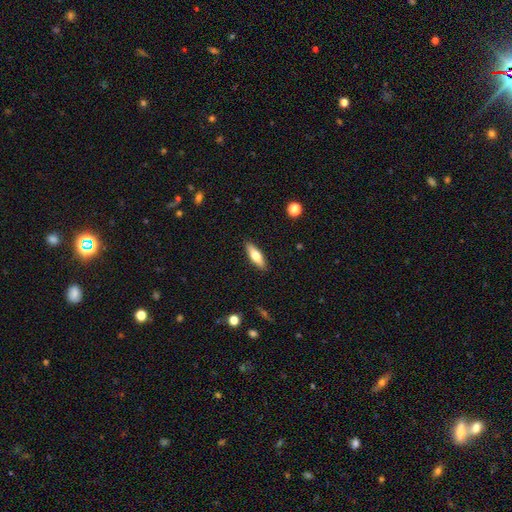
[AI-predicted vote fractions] Smooth or featured: smooth — 66% (featured or disk — 28%)
How rounded: in between — 49% (tied with cigar-shaped — 49%)
Merging: none — 89% (minor disturbance — 8%)